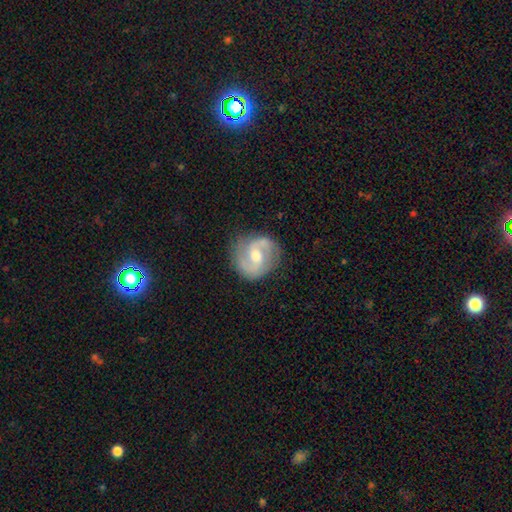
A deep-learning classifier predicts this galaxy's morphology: This appears to be a featured or disk galaxy (84%) with a weak bar (52%), 2 (88%) medium (52%) spiral arms (94%) and a moderate central bulge (71%). Merging: none (79%).